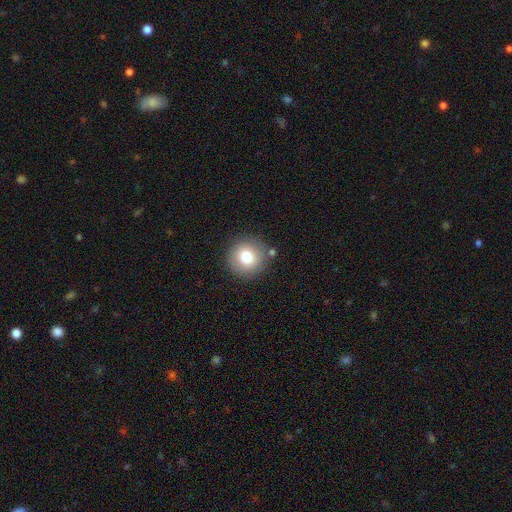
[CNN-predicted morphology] The model was most divided on "smooth or featured": smooth: 77%, featured or disk: 12%, star or artifact: 11%. More confident: how rounded — round (94%); merging — none (85%).